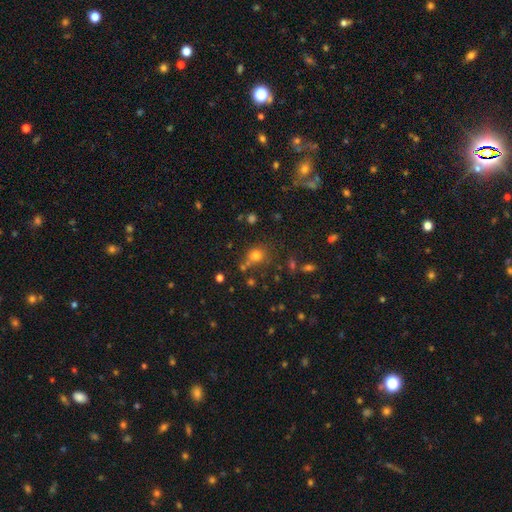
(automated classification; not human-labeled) Smooth or featured? smooth (74%)
How rounded? round (77%)
Merging? none (64%)